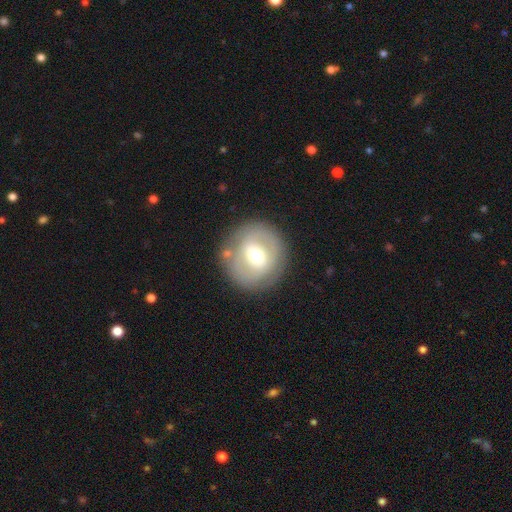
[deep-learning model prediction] Smooth or featured? featured or disk (48%)
Merging? none (80%)